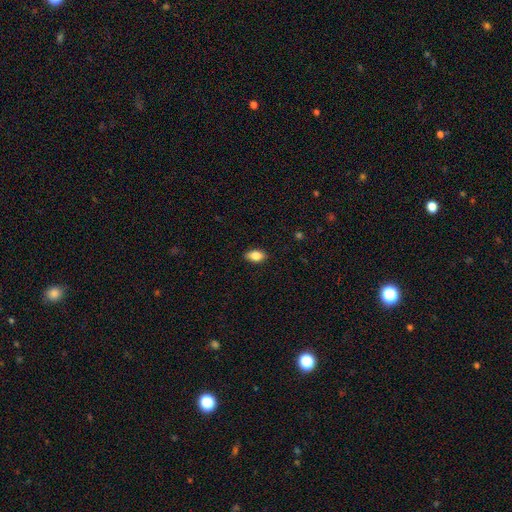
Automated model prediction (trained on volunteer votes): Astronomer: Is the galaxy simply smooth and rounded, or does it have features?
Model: smooth — 84%.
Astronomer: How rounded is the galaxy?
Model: in between — 88%.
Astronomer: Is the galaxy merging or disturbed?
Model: none — 87%.